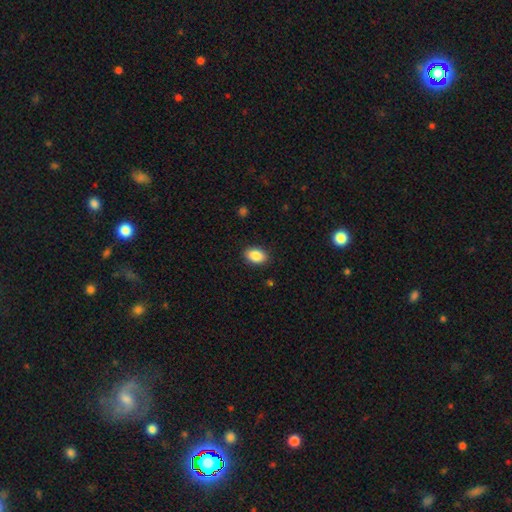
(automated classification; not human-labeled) A smooth galaxy with no disk features (88%) that is in between round and cigar-shaped (85%). Merging: none (88%).